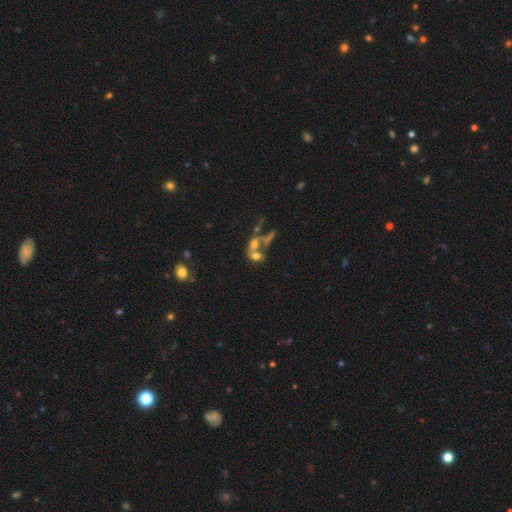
Smooth or featured?
  - featured or disk: 55% *
  - smooth: 32%
  - star or artifact: 12%
Edge-on disk?
  - no: 91% *
  - yes: 9%
Bar?
  - no: 85% *
  - weak: 15%
  - strong: 0%
Spiral arms?
  - no: 70% *
  - yes: 30%
Bulge size?
  - moderate: 45% *
  - large: 40%
  - small: 10%
  - none: 5%
  - dominant: 0%
Merging?
  - merger: 80% *
  - major disturbance: 14%
  - none: 3%
  - minor disturbance: 3%